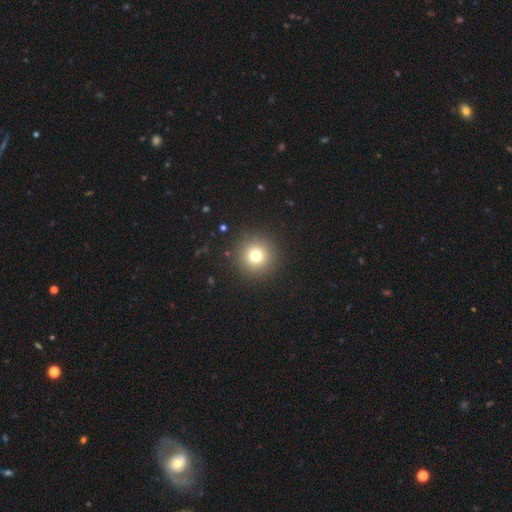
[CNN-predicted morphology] This is likely a smooth galaxy (76%). How rounded: clearly round (96%). Merging: clearly none (92%).